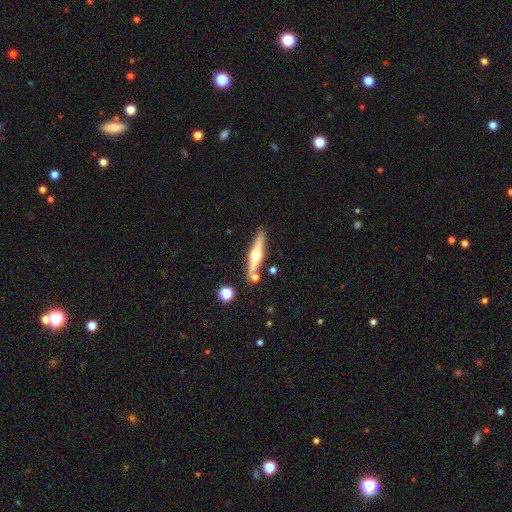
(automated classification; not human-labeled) Q: Smooth or featured?
A: featured or disk (69%); runner-up: smooth (25%)
Q: Edge-on disk?
A: yes (96%); runner-up: no (4%)
Q: Edge-on bulge?
A: rounded (96%); runner-up: none (2%)
Q: Merging?
A: none (82%); runner-up: minor disturbance (9%)